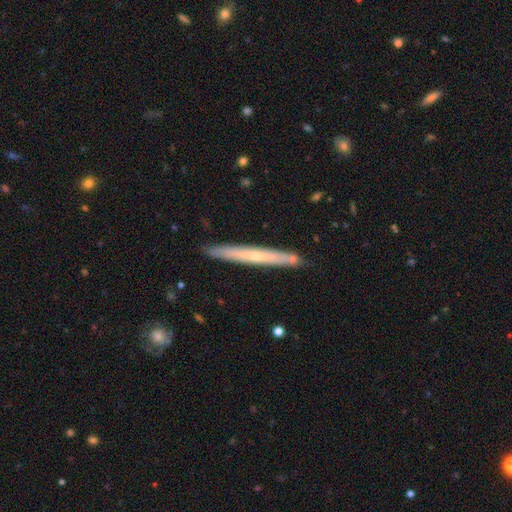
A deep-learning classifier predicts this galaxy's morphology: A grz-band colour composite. It shows a featured or disk galaxy (53%) viewed edge-on (94%). Merging: none (88%).